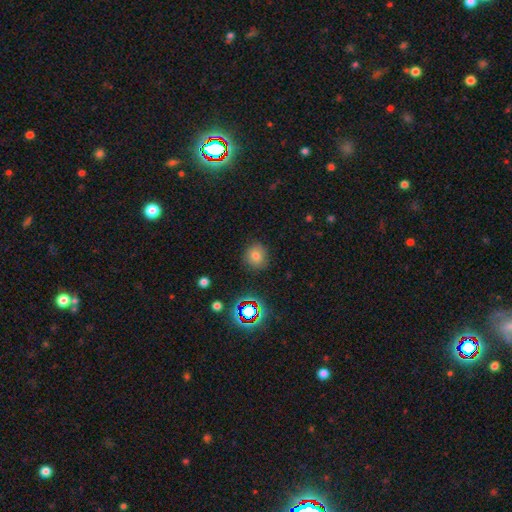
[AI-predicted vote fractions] Smooth or featured: smooth — 73% (star or artifact — 18%)
How rounded: round — 85% (in between — 14%)
Merging: none — 86% (minor disturbance — 10%)